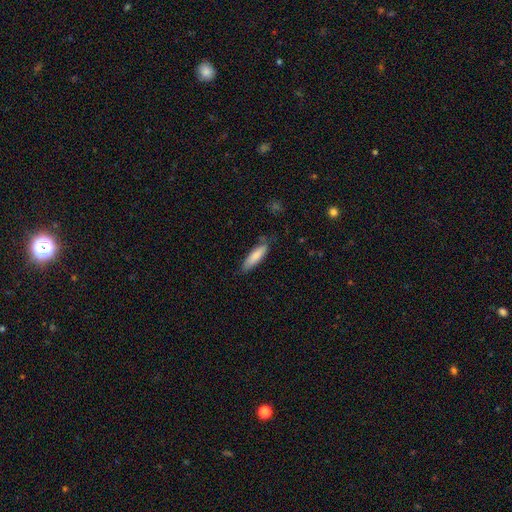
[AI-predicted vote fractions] A smooth galaxy with no disk features (82%) that is cigar-shaped (64%). Merging: none (72%).